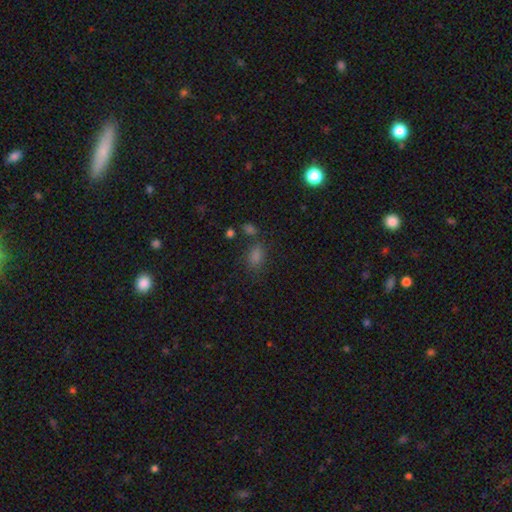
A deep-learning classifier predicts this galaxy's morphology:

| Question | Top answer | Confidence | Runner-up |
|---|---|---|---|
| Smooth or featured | smooth | 68% | star or artifact (26%) |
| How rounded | in between | 73% | round (24%) |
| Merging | none | 73% | minor disturbance (13%) |